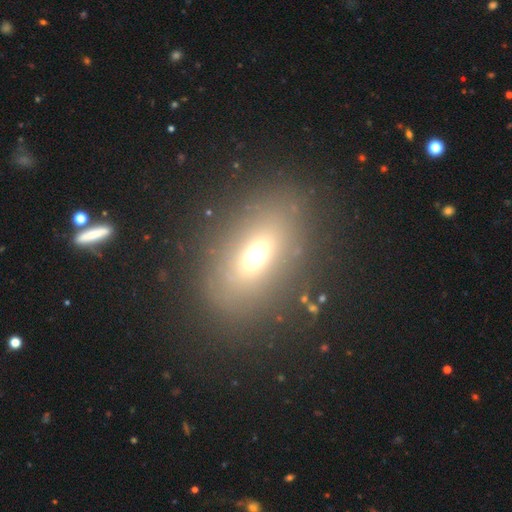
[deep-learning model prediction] A smooth galaxy with no disk features (60%) that is in between round and cigar-shaped (77%).

Vote fractions:
- Smooth or featured? smooth: 60% / featured or disk: 22% / star or artifact: 18%
- How rounded? in between: 77% / round: 18% / cigar-shaped: 6%
- Merging? none: 80% / minor disturbance: 10% / major disturbance: 7% / merger: 2%